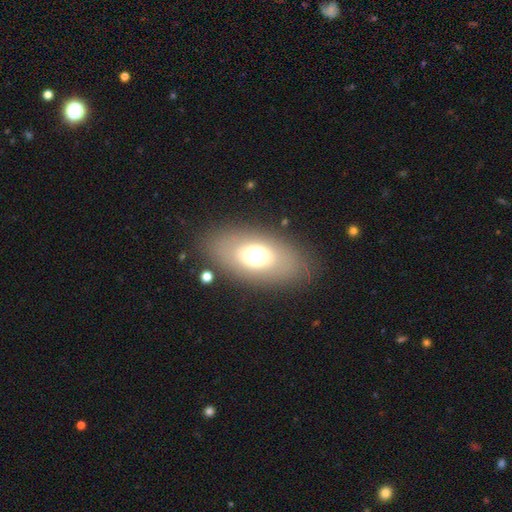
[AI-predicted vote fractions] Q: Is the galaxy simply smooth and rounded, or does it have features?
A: smooth — 63%.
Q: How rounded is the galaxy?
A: in between — 83%.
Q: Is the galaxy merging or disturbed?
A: none — 83%.